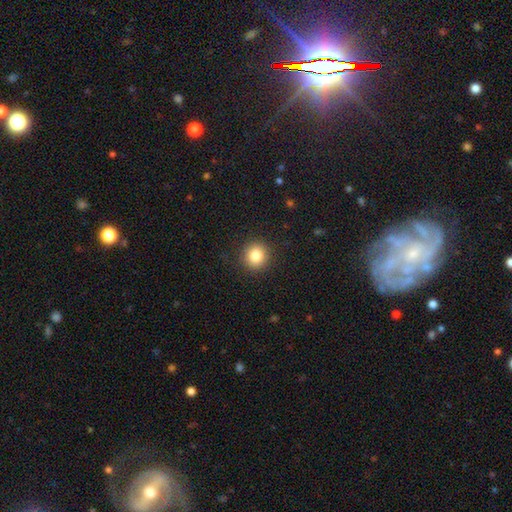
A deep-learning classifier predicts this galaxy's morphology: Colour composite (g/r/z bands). It shows a smooth galaxy with no disk features (83%) that is round (91%). Merging: none (91%).